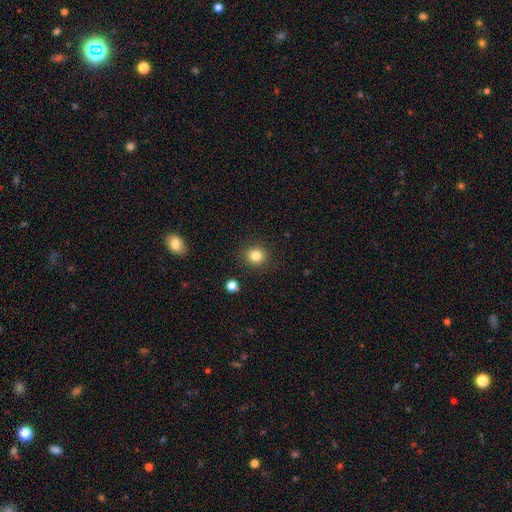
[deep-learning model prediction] smooth-or-featured: smooth: 83% | star or artifact: 12% | featured or disk: 6%
  how-rounded: round: 87% | in between: 12% | cigar-shaped: 1%
  merging: none: 90% | minor disturbance: 6% | major disturbance: 2% | merger: 2%